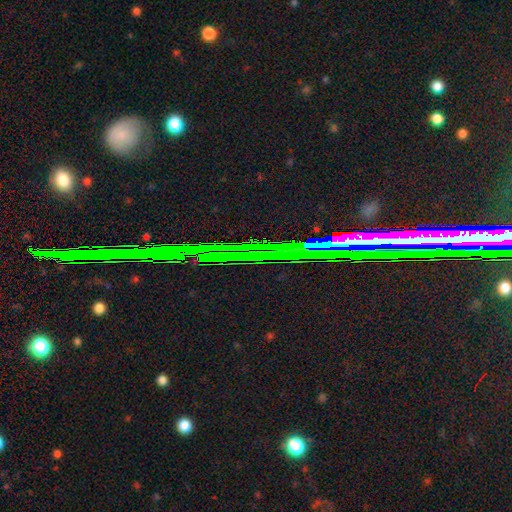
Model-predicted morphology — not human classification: This is clearly a star or artifact rather than a galaxy (82%).